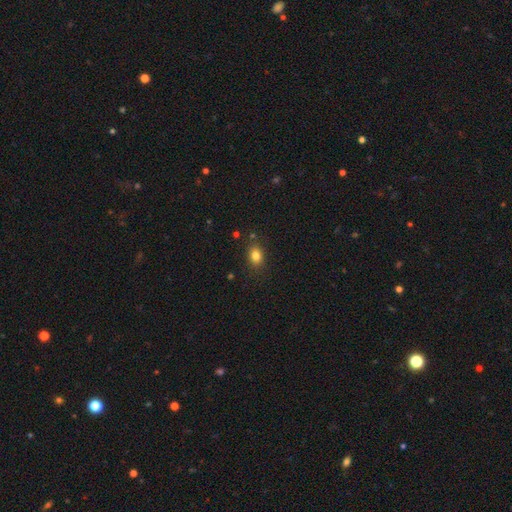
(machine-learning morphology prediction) smooth_or_featured: smooth (p=0.82) [alt: star or artifact p=0.12]
how_rounded: in between (p=0.65) [alt: round p=0.34]
merging: none (p=0.82) [alt: minor disturbance p=0.12]